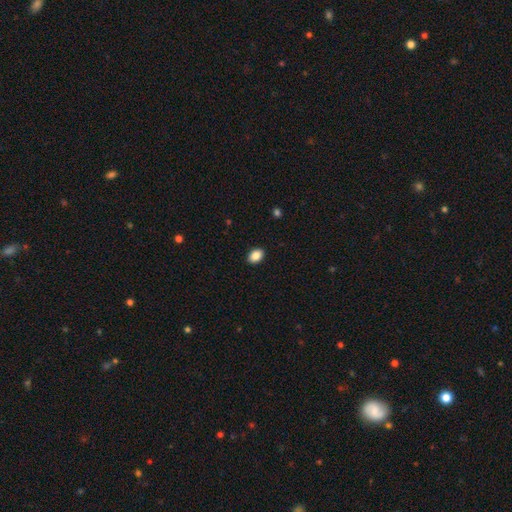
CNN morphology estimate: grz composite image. It shows a smooth galaxy with no disk features (88%) that is in between round and cigar-shaped (80%). Merging: none (90%).